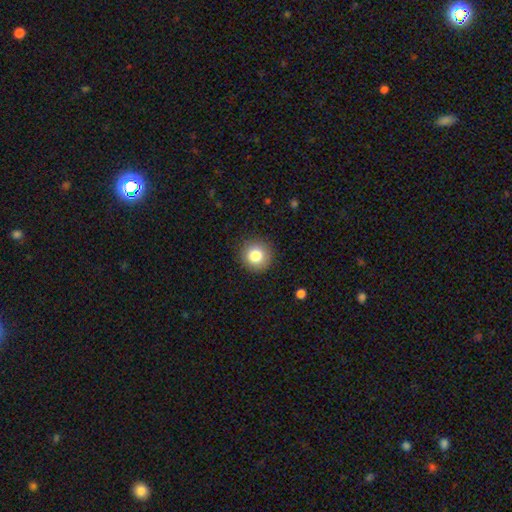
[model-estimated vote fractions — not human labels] This is clearly a smooth galaxy (82%). How rounded: clearly round (94%). Merging: clearly none (91%).